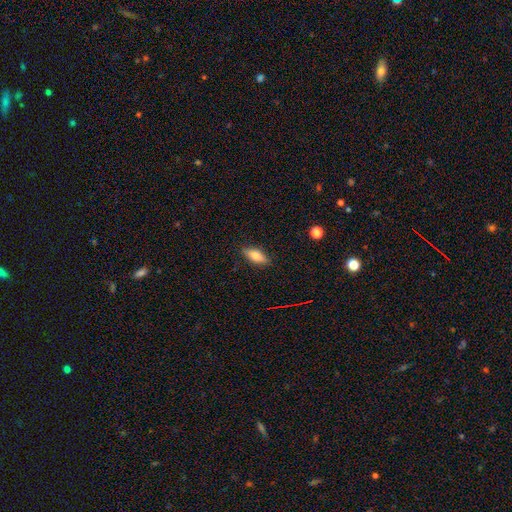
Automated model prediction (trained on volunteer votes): smooth-or-featured: smooth: 74% | featured or disk: 18% | star or artifact: 8%
  how-rounded: in between: 73% | cigar-shaped: 24% | round: 3%
  merging: none: 86% | minor disturbance: 10% | major disturbance: 2% | merger: 1%